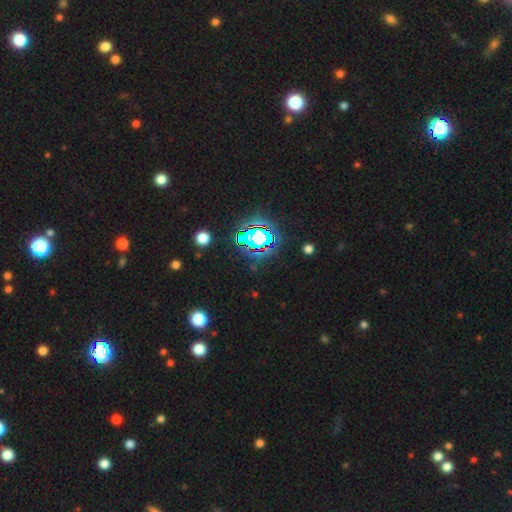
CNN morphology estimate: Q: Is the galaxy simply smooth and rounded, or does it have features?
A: star or artifact — 83%.